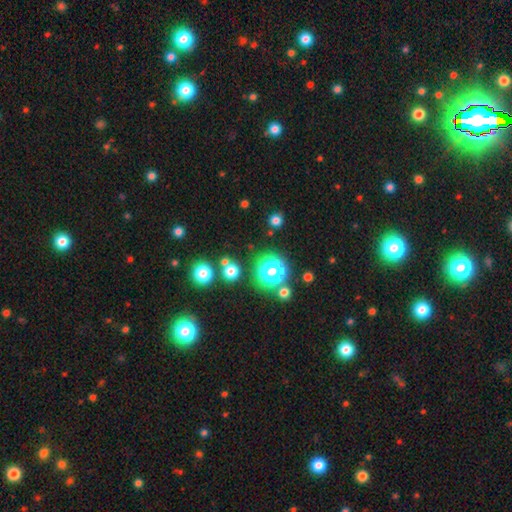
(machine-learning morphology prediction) A star or artifact, not a galaxy (55%).